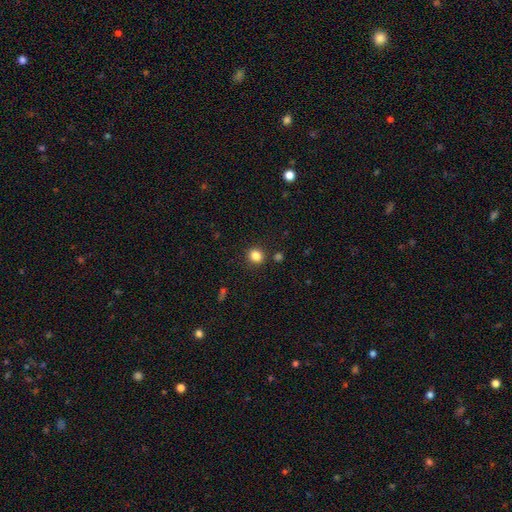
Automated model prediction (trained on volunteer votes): smooth 84%, star or artifact 12%, featured or disk 4%. Down the decision tree: how rounded — round (80%); merging — none (88%).